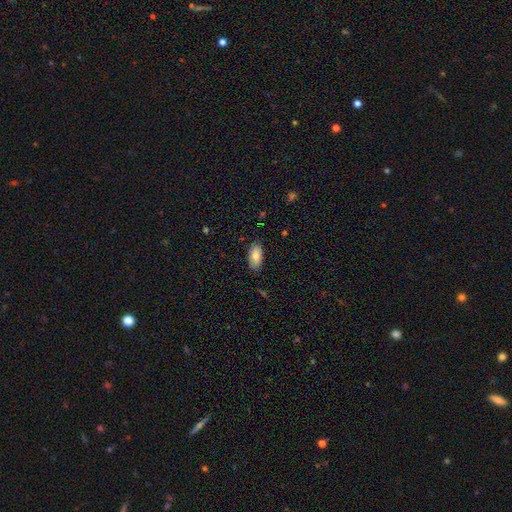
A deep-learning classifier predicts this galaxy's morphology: Overall: smooth (83%). How rounded: in between (92%). Merging: none (83%).